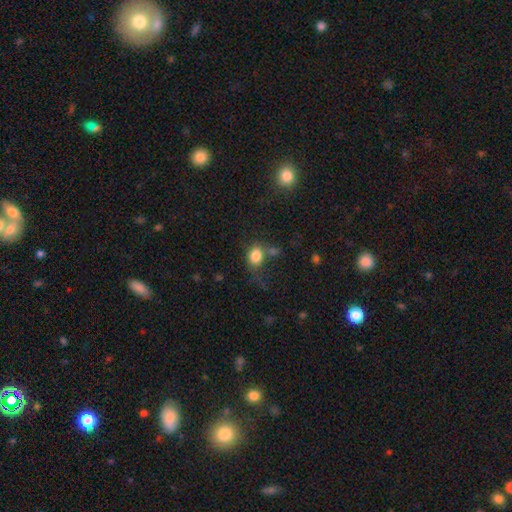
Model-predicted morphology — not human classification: This appears to be a smooth galaxy with no disk features (82%) that is in between round and cigar-shaped (53%). Merging: none (50%).